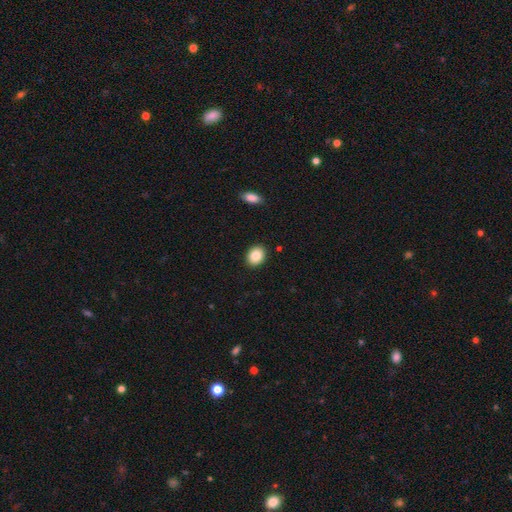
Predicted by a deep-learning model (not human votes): A smooth galaxy with no disk features (85%) that is in between round and cigar-shaped (59%). Merging: none (90%).